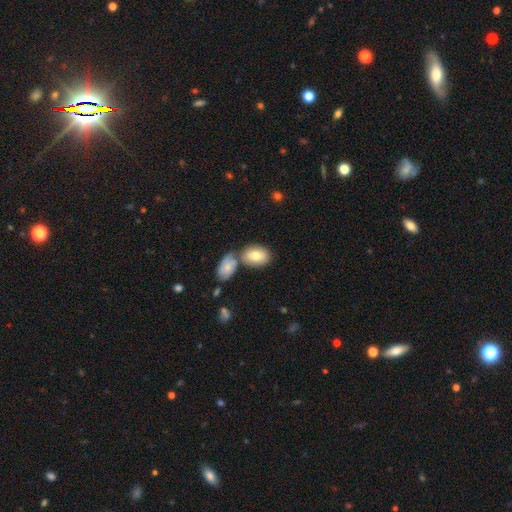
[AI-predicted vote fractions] Smooth or featured? Predicted: smooth (p=0.77). How rounded? Predicted: in between (p=0.86). Merging? Predicted: none (p=0.46).